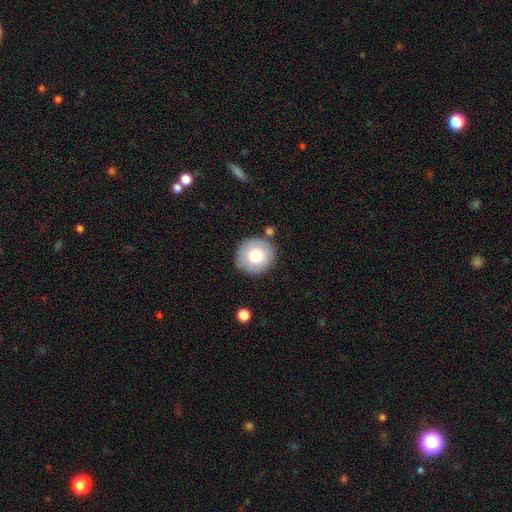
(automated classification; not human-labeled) smooth_or_featured: smooth (p=0.79) [alt: featured or disk p=0.14]
how_rounded: round (p=0.93) [alt: in between p=0.06]
merging: none (p=0.83) [alt: minor disturbance p=0.10]